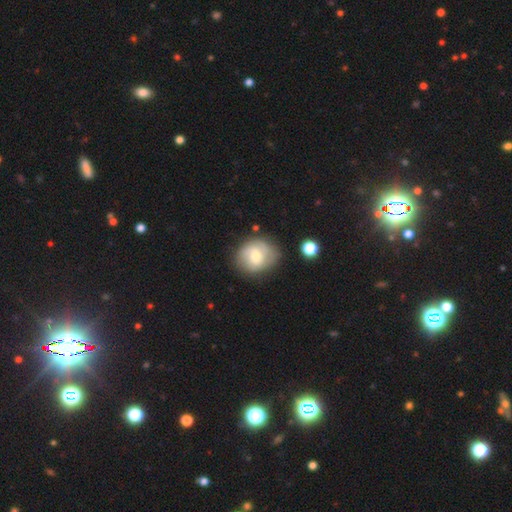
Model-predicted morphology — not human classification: smooth 52%, featured or disk 40%, star or artifact 8%. Down the decision tree: how rounded — round (66%); merging — none (66%).